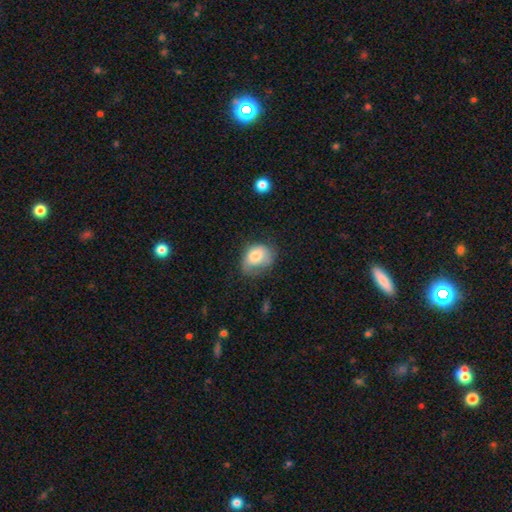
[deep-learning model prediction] Overall: smooth (72%). How rounded: in between (68%; round 31%). Merging: none (40%; minor disturbance 37%).